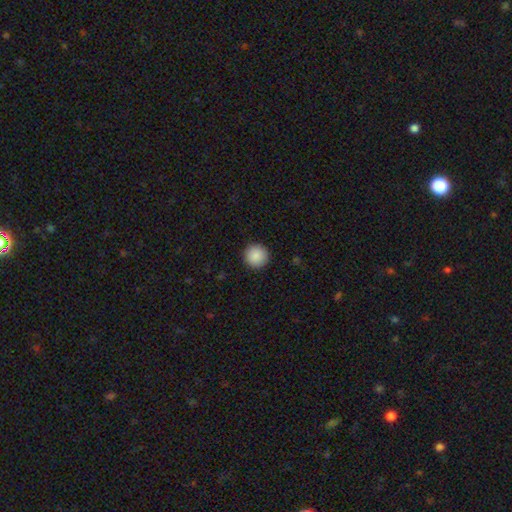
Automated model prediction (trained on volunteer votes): smooth-or-featured: smooth: 89% | star or artifact: 8% | featured or disk: 3%
  how-rounded: round: 96% | in between: 3% | cigar-shaped: 1%
  merging: none: 93% | minor disturbance: 5% | major disturbance: 2% | merger: 1%